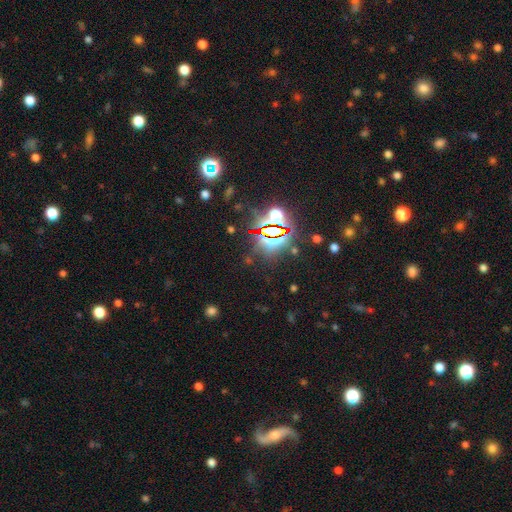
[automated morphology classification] Smooth or featured: star or artifact — 81% (smooth — 11%)